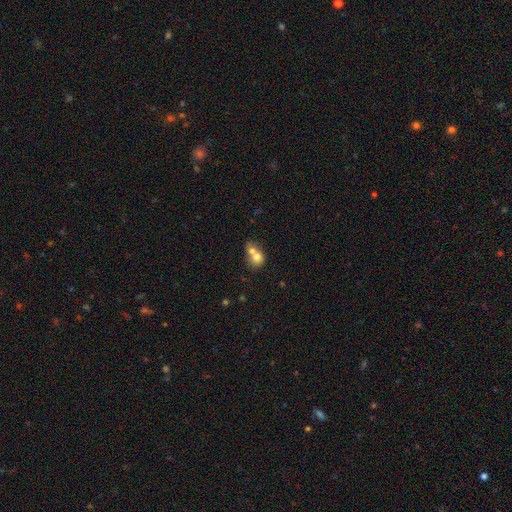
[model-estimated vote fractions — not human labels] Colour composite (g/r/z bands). It shows a smooth galaxy with no disk features (70%) that is round (65%). Merging: merger (71%).